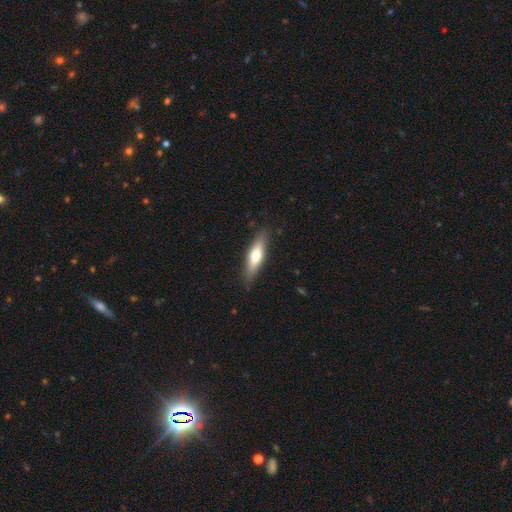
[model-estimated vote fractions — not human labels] Smooth or featured: smooth — 56% (featured or disk — 39%)
How rounded: cigar-shaped — 66% (in between — 32%)
Merging: none — 85% (minor disturbance — 11%)